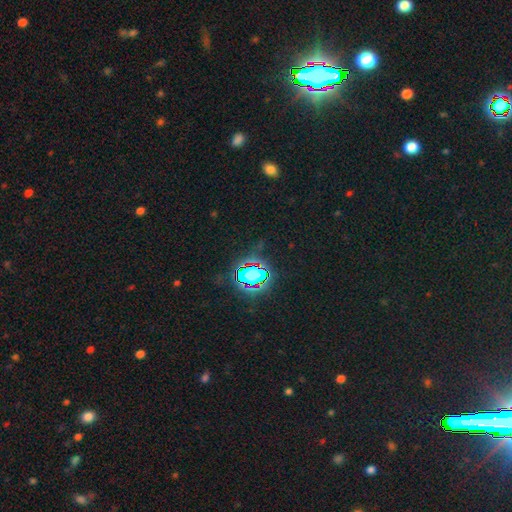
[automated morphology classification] A star or artifact, not a galaxy (84%).

Vote fractions:
- Smooth or featured? star or artifact: 84% / smooth: 10% / featured or disk: 7%